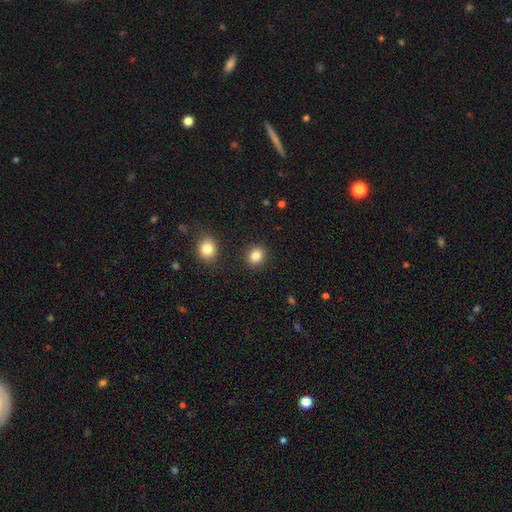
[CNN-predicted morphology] The model was most divided on "how rounded": round: 74%, in between: 25%, cigar-shaped: 1%. More confident: merging — none (88%); smooth or featured — smooth (84%).